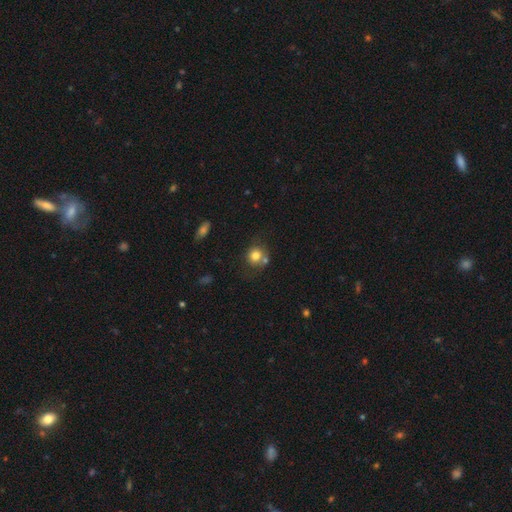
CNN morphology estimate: The model was most divided on "merging": none: 58%, merger: 23%, minor disturbance: 14%, major disturbance: 5%. More confident: how rounded — round (85%); smooth or featured — smooth (78%).